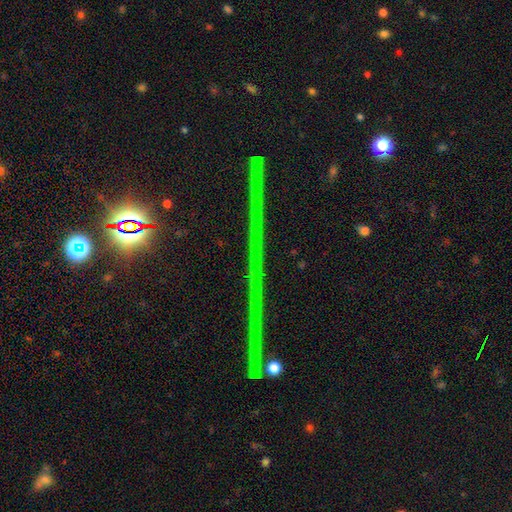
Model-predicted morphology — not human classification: Smooth or featured? Predicted: star or artifact (p=0.81).